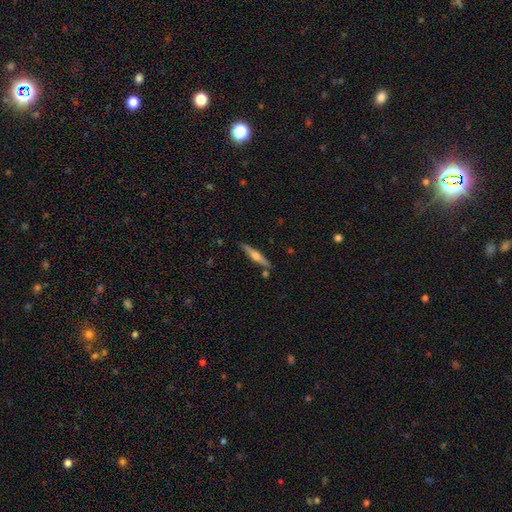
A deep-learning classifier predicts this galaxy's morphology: Smooth or featured?
  - featured or disk: 60% *
  - smooth: 34%
  - star or artifact: 6%
Edge-on disk?
  - yes: 97% *
  - no: 3%
Edge-on bulge?
  - rounded: 89% *
  - boxy: 6%
  - none: 5%
Merging?
  - none: 84% *
  - minor disturbance: 9%
  - merger: 5%
  - major disturbance: 2%